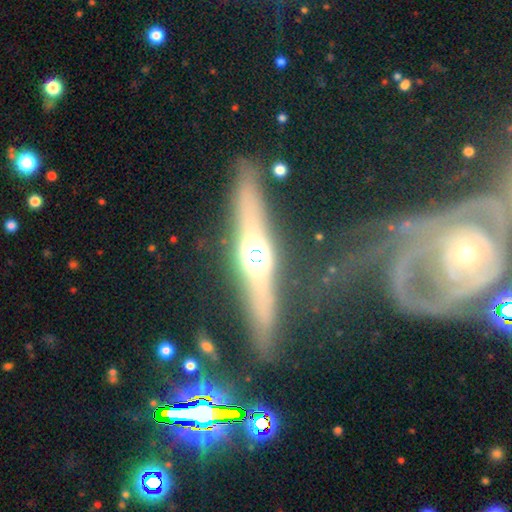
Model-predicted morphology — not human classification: featured or disk 66%, smooth 23%, star or artifact 11%. Down the decision tree: edge-on disk — yes (90%); edge-on bulge — rounded (88%); merging — none (75%).